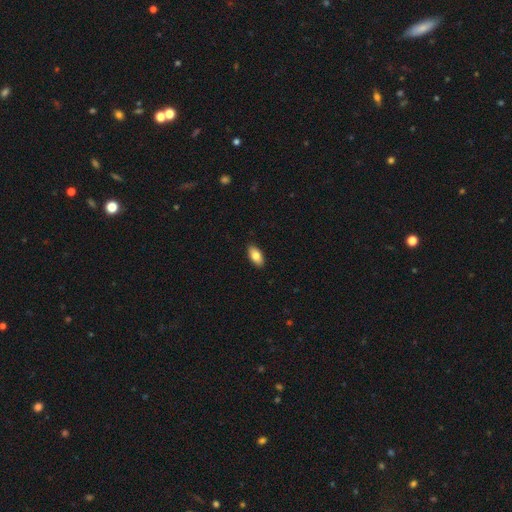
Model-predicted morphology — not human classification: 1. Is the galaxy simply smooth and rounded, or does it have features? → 81% smooth, 12% featured or disk, 7% star or artifact.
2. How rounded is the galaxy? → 92% in between, 6% cigar-shaped, 3% round.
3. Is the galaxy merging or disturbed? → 90% none, 7% minor disturbance, 2% major disturbance, 1% merger.